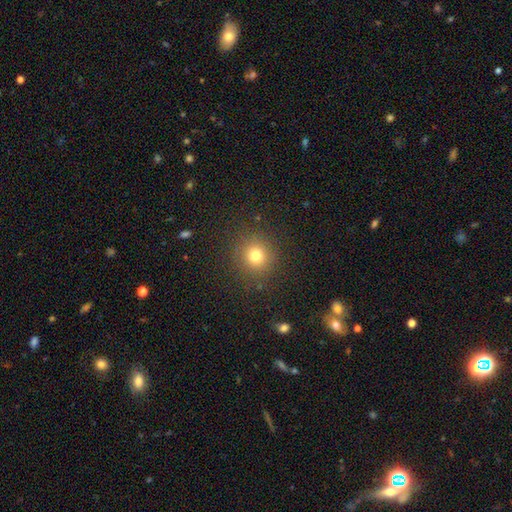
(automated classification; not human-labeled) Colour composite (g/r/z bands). It shows a smooth galaxy with no disk features (76%) that is round (91%). Merging: none (88%).